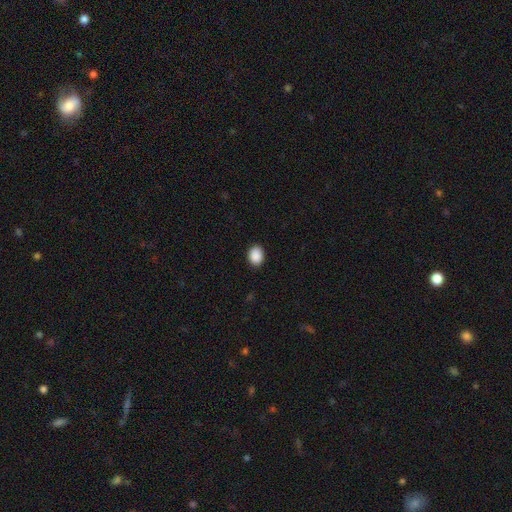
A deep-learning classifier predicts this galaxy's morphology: smooth 90%, star or artifact 8%, featured or disk 2%. Down the decision tree: how rounded — in between (58%); merging — none (89%).